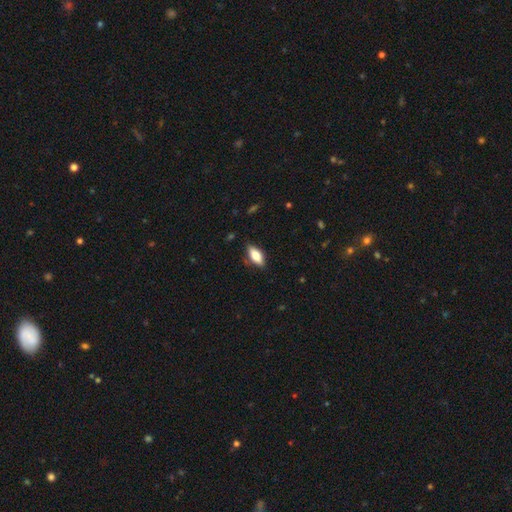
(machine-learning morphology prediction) smooth-or-featured: smooth: 74% | featured or disk: 19% | star or artifact: 7%
  how-rounded: in between: 82% | cigar-shaped: 16% | round: 3%
  merging: none: 83% | minor disturbance: 13% | major disturbance: 3% | merger: 2%